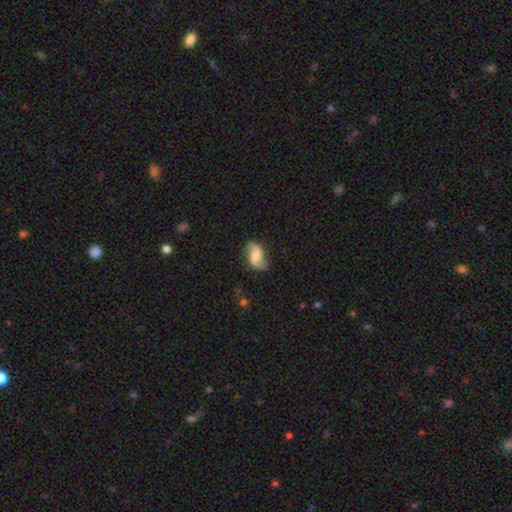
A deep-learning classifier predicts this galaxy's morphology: Smooth or featured?
  - featured or disk: 72% *
  - smooth: 21%
  - star or artifact: 7%
Edge-on disk?
  - no: 97% *
  - yes: 3%
Bar?
  - no: 47% *
  - weak: 42%
  - strong: 11%
Spiral arms?
  - yes: 95% *
  - no: 5%
Spiral winding?
  - loose: 69% *
  - medium: 25%
  - tight: 7%
Spiral arm count?
  - 2: 92% *
  - can't tell: 3%
  - 1: 2%
  - 3: 1%
  - 4: 1%
  - more than 4: 1%
Bulge size?
  - moderate: 38% *
  - small: 22%
  - large: 19%
  - none: 18%
  - dominant: 3%
Merging?
  - none: 77% *
  - minor disturbance: 16%
  - major disturbance: 5%
  - merger: 2%